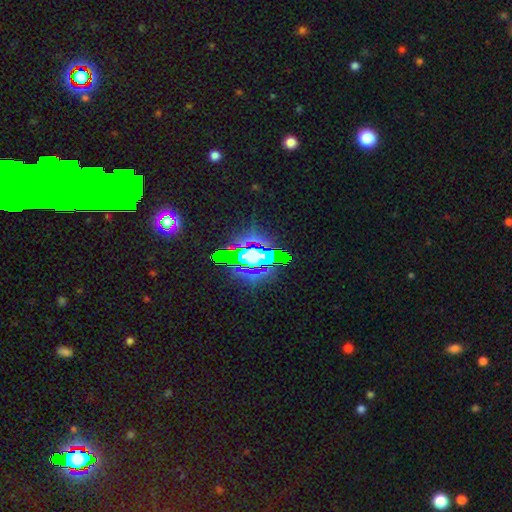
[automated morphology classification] Smooth or featured?
  - star or artifact: 52% *
  - featured or disk: 26%
  - smooth: 22%